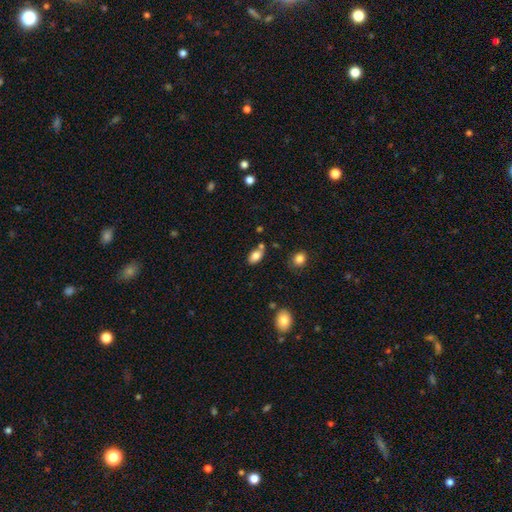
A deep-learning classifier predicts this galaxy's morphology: Overall: smooth (82%). How rounded: in between (90%). Merging: none (63%).